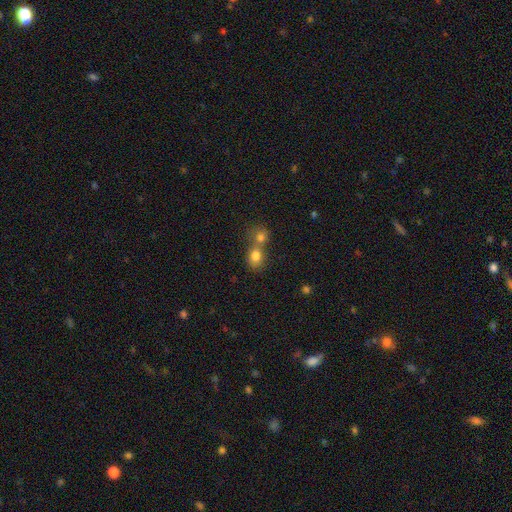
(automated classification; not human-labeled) smooth 80%, star or artifact 11%, featured or disk 9%. Down the decision tree: how rounded — round (58%); merging — merger (58%).